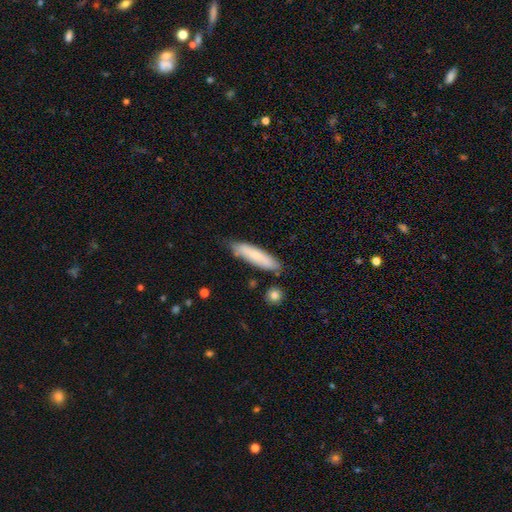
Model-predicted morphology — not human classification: Smooth or featured: smooth — 75% (featured or disk — 20%)
How rounded: cigar-shaped — 79% (in between — 20%)
Merging: none — 77% (minor disturbance — 17%)